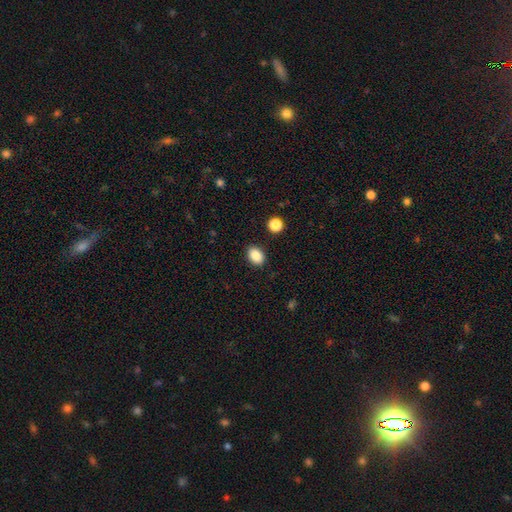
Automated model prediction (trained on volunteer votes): Morphology: type=smooth (87%); roundness=in between (74%); merging=none (88%).